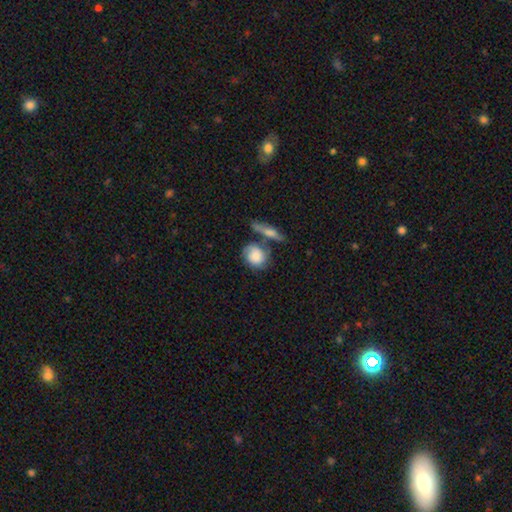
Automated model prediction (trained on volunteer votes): smooth 55%, featured or disk 38%, star or artifact 6%. Down the decision tree: how rounded — round (58%); merging — none (45%).